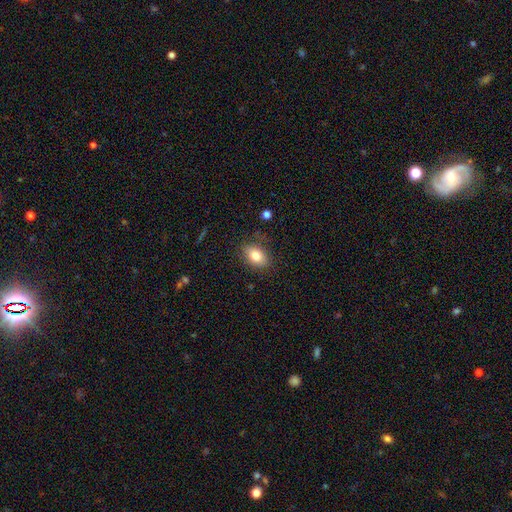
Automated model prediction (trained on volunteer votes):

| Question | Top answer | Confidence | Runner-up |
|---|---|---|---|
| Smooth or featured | smooth | 80% | featured or disk (11%) |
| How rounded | in between | 82% | round (16%) |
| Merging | none | 81% | minor disturbance (14%) |